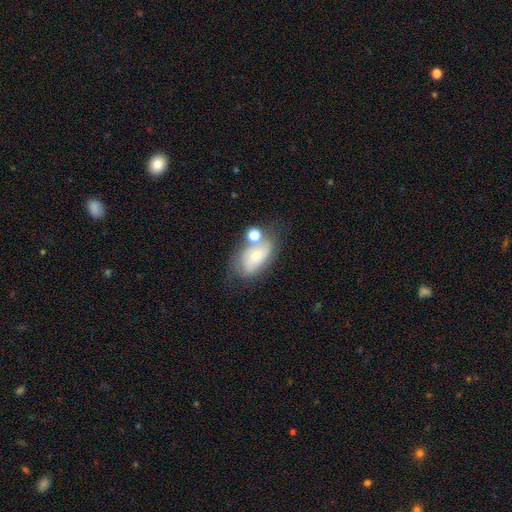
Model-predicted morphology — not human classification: smooth_or_featured: smooth (p=0.55) [alt: featured or disk p=0.34]
how_rounded: in between (p=0.83) [alt: round p=0.14]
merging: none (p=0.39) [alt: merger p=0.28]